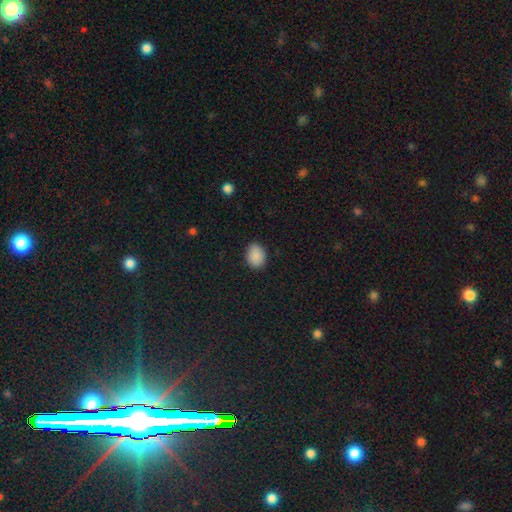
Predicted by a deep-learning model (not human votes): Q: Smooth or featured?
A: smooth (88%); runner-up: star or artifact (8%)
Q: How rounded?
A: in between (68%); runner-up: round (31%)
Q: Merging?
A: none (85%); runner-up: minor disturbance (12%)